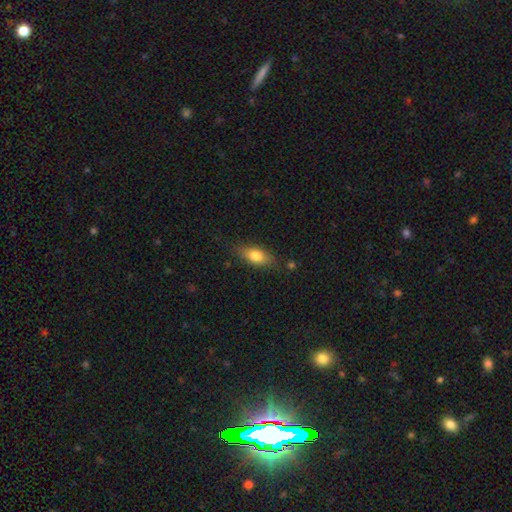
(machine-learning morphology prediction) This appears to be a smooth galaxy with no disk features (76%) that is in between round and cigar-shaped (80%). Merging: none (78%).